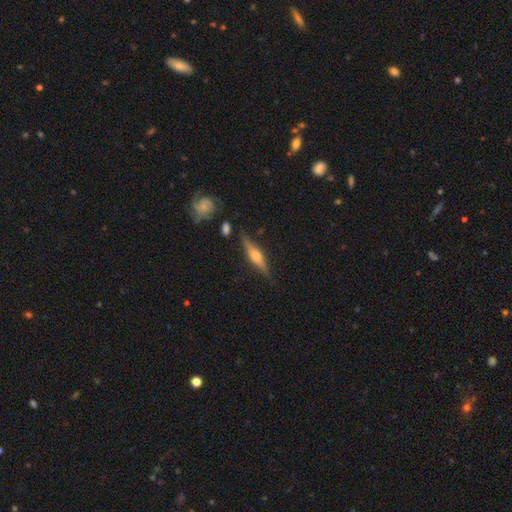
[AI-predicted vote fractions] The model was most divided on "smooth or featured": featured or disk: 70%, smooth: 24%, star or artifact: 7%. More confident: edge-on disk — yes (96%); edge-on bulge — rounded (92%); merging — none (82%).